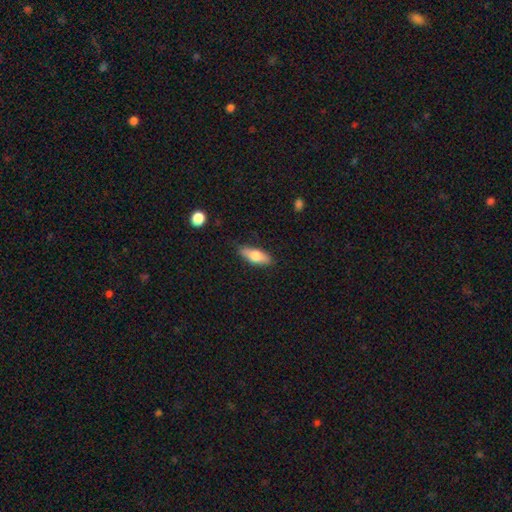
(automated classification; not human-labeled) This is likely a smooth galaxy (68%). How rounded: likely in between (66%). Merging: clearly none (83%).